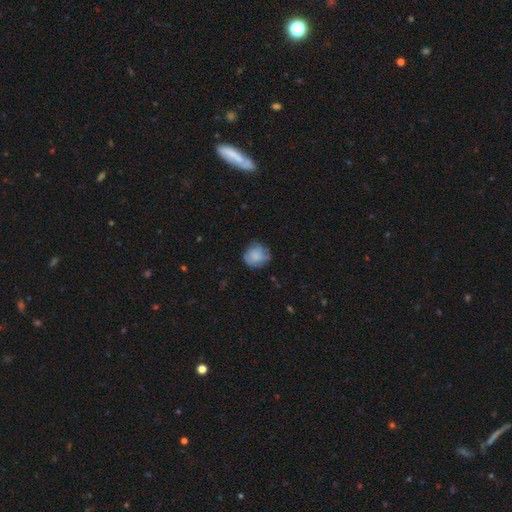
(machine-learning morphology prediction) smooth 75%, featured or disk 17%, star or artifact 8%. Down the decision tree: how rounded — round (85%); merging — none (68%).